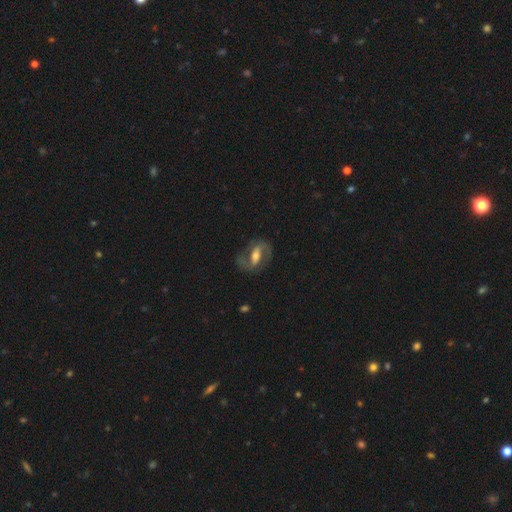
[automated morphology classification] Smooth or featured?
  - featured or disk: 81% *
  - smooth: 13%
  - star or artifact: 6%
Edge-on disk?
  - no: 94% *
  - yes: 6%
Bar?
  - strong: 50% *
  - weak: 34%
  - no: 16%
Spiral arms?
  - yes: 89% *
  - no: 11%
Spiral winding?
  - medium: 54% *
  - loose: 25%
  - tight: 22%
Spiral arm count?
  - 2: 90% *
  - can't tell: 4%
  - 1: 3%
  - 3: 1%
  - 4: 1%
  - more than 4: 1%
Bulge size?
  - moderate: 62% *
  - small: 25%
  - large: 10%
  - none: 2%
  - dominant: 1%
Merging?
  - none: 77% *
  - minor disturbance: 14%
  - major disturbance: 8%
  - merger: 1%